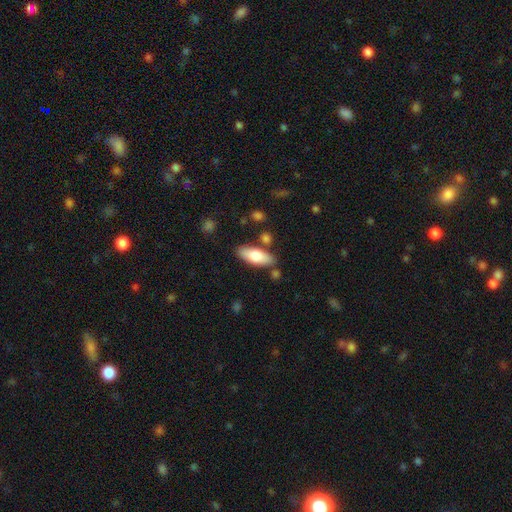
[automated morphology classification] Smooth or featured: smooth — 74% (featured or disk — 20%)
How rounded: in between — 77% (cigar-shaped — 21%)
Merging: none — 79% (minor disturbance — 12%)